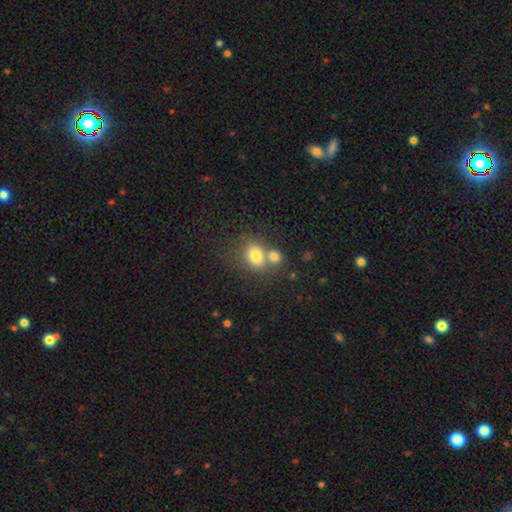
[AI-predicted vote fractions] This appears to be a smooth galaxy with no disk features (77%) that is round (54%). Merging: merger (44%).